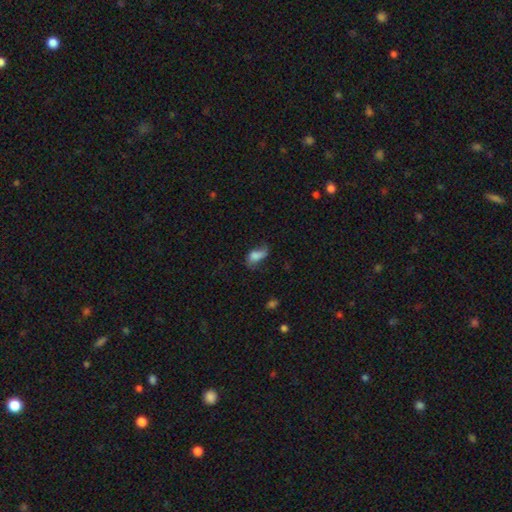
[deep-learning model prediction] Smooth or featured?
  - smooth: 66% *
  - featured or disk: 24%
  - star or artifact: 10%
How rounded?
  - in between: 86% *
  - round: 7%
  - cigar-shaped: 7%
Merging?
  - none: 40% *
  - minor disturbance: 32%
  - major disturbance: 24%
  - merger: 4%